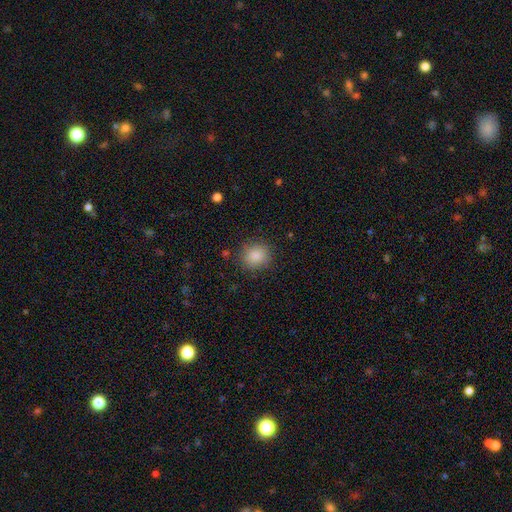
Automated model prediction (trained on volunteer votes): A smooth galaxy with no disk features (86%) that is round (83%).

Vote fractions:
- Smooth or featured? smooth: 86% / star or artifact: 9% / featured or disk: 4%
- How rounded? round: 83% / in between: 16% / cigar-shaped: 1%
- Merging? none: 86% / minor disturbance: 9% / major disturbance: 3% / merger: 1%